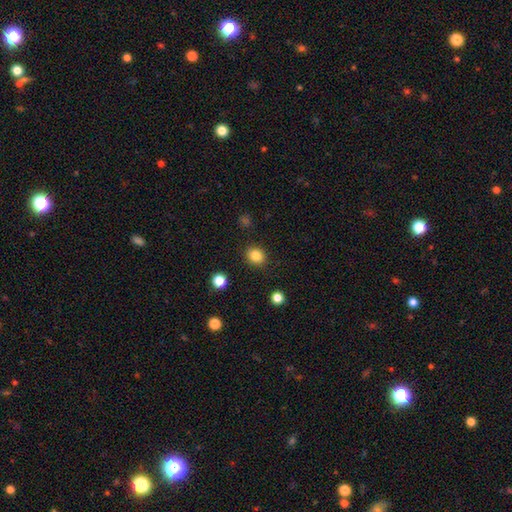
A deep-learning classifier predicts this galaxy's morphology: Smooth or featured?
  - smooth: 84% *
  - star or artifact: 11%
  - featured or disk: 5%
How rounded?
  - round: 70% *
  - in between: 29%
  - cigar-shaped: 1%
Merging?
  - none: 89% *
  - minor disturbance: 7%
  - major disturbance: 2%
  - merger: 1%